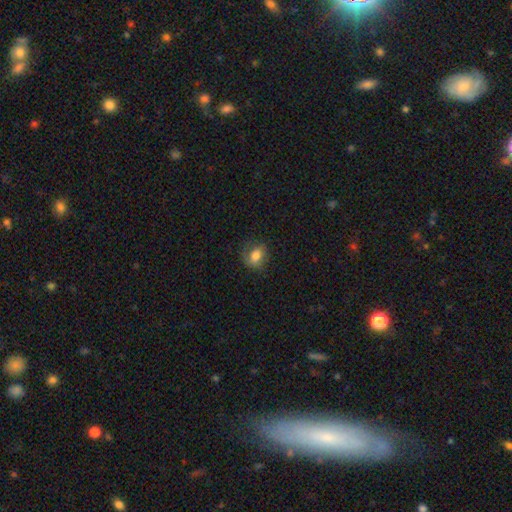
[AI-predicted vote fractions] Smooth or featured? smooth (73%)
How rounded? in between (60%)
Merging? none (70%)